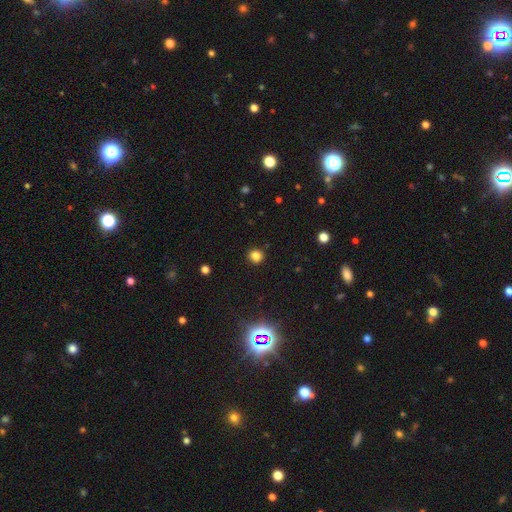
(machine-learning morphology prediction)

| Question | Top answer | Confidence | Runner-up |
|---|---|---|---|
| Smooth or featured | smooth | 81% | star or artifact (15%) |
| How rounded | round | 88% | in between (11%) |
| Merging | none | 90% | minor disturbance (7%) |